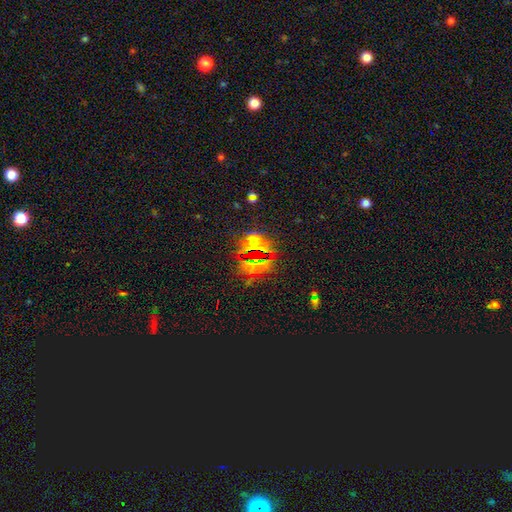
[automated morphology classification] The model was most divided on "smooth or featured": star or artifact: 59%, smooth: 31%, featured or disk: 10%.